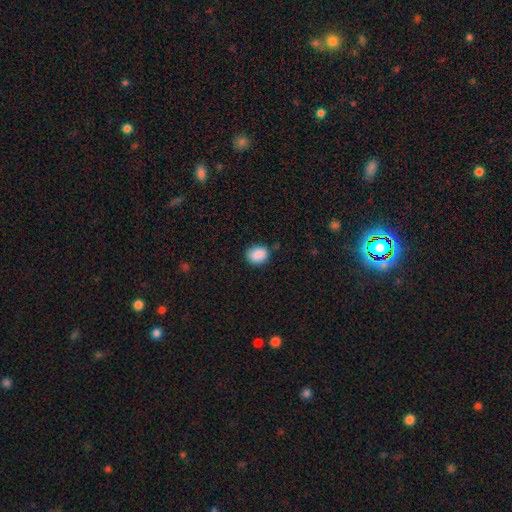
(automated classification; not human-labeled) A smooth galaxy with no disk features (87%) that is round (62%).

Vote fractions:
- Smooth or featured? smooth: 87% / star or artifact: 8% / featured or disk: 5%
- How rounded? round: 62% / in between: 37% / cigar-shaped: 1%
- Merging? none: 78% / minor disturbance: 17% / major disturbance: 3% / merger: 2%